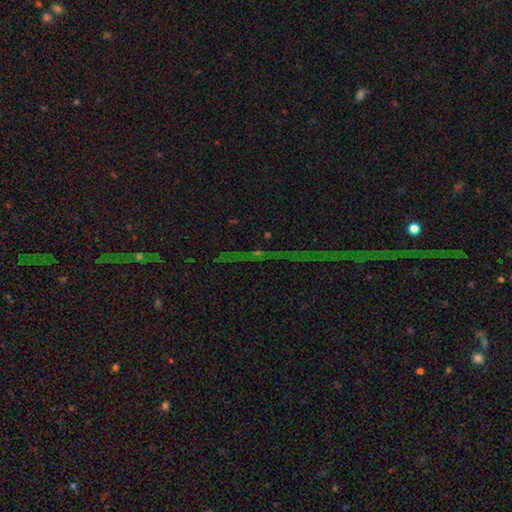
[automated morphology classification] This is likely a star or artifact rather than a galaxy (80%).